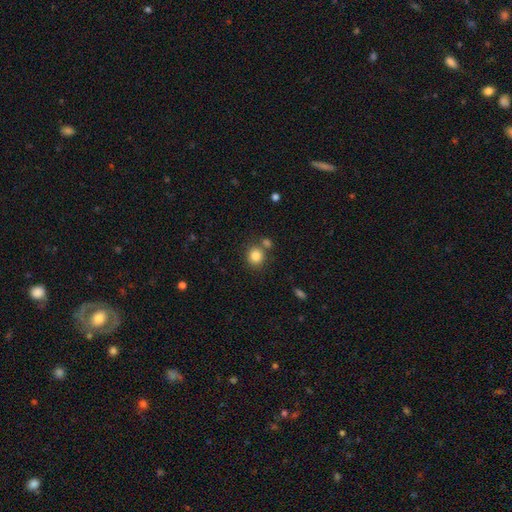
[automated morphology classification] This appears to be a smooth galaxy with no disk features (84%) that is round (85%). Merging: none (71%).